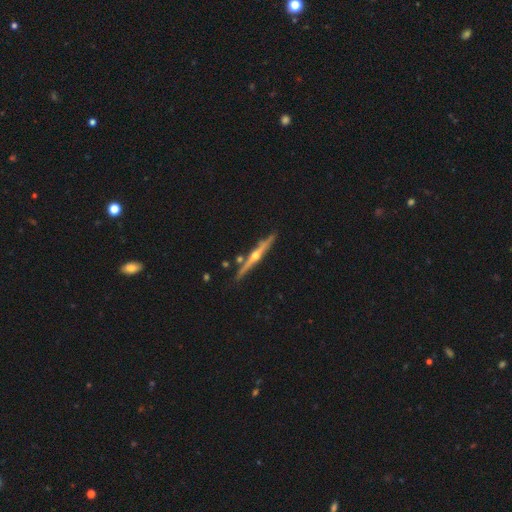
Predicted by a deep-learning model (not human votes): smooth-or-featured: featured or disk: 81% | smooth: 14% | star or artifact: 5%
  disk-edge-on: yes: 98% | no: 2%
    edge-on-bulge: rounded: 92% | none: 6% | boxy: 2%
  merging: none: 86% | minor disturbance: 9% | merger: 4% | major disturbance: 2%